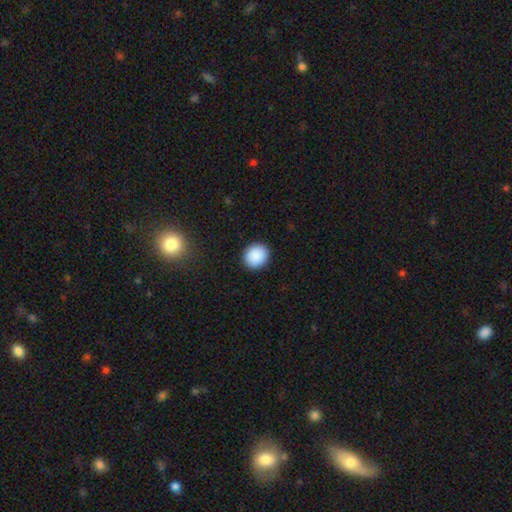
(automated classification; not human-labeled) Q: Smooth or featured?
A: smooth (90%); runner-up: star or artifact (8%)
Q: How rounded?
A: round (74%); runner-up: in between (26%)
Q: Merging?
A: none (91%); runner-up: minor disturbance (6%)